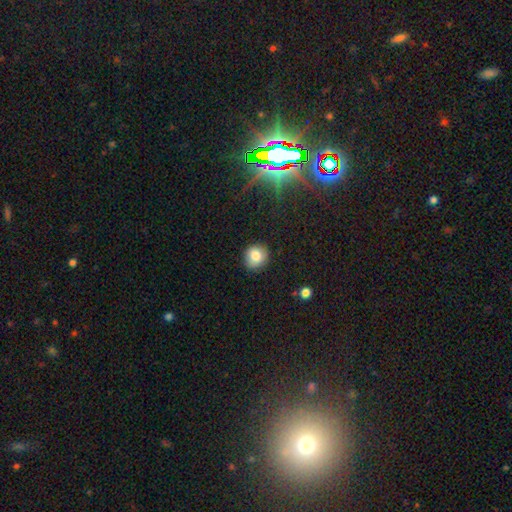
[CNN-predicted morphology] Smooth or featured?
  - smooth: 82% *
  - star or artifact: 10%
  - featured or disk: 8%
How rounded?
  - round: 82% *
  - in between: 17%
  - cigar-shaped: 1%
Merging?
  - none: 87% *
  - minor disturbance: 9%
  - major disturbance: 2%
  - merger: 1%